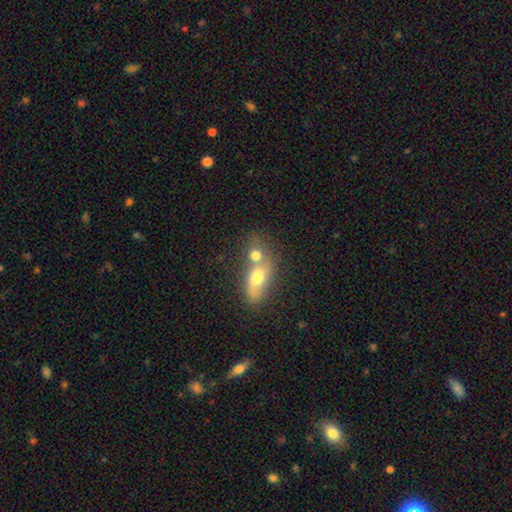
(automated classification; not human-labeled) This appears to be a smooth galaxy with no disk features (70%) that is in between round and cigar-shaped (53%). Merging: merger (59%).